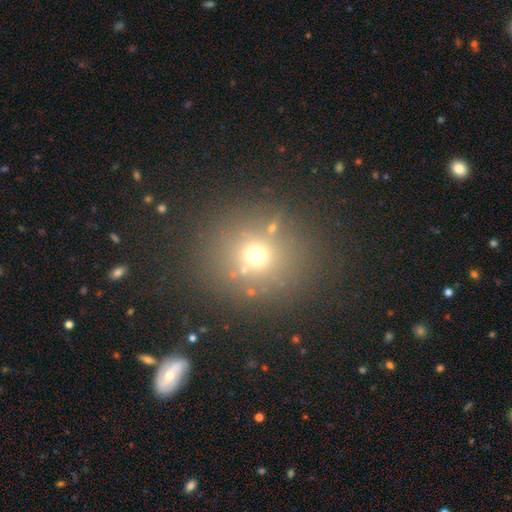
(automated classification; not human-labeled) smooth_or_featured: smooth (p=0.63) [alt: star or artifact p=0.25]
how_rounded: round (p=0.84) [alt: in between p=0.15]
merging: none (p=0.80) [alt: minor disturbance p=0.09]